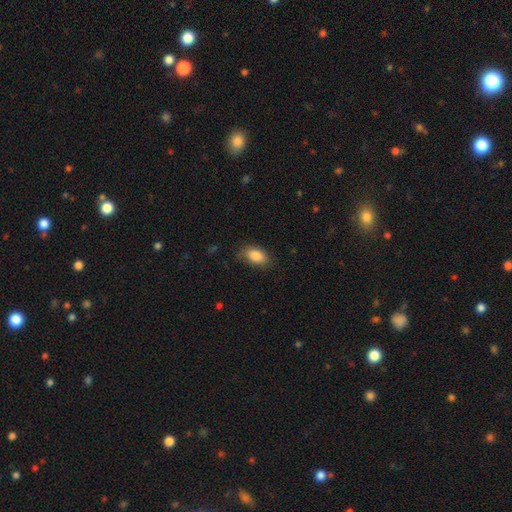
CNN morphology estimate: Smooth or featured? Predicted: smooth (p=0.84). How rounded? Predicted: in between (p=0.90). Merging? Predicted: none (p=0.80).